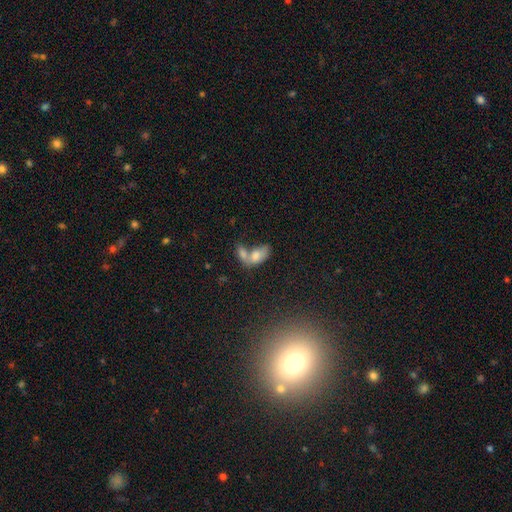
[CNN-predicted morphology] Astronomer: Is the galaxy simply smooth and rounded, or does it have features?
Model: smooth — 71%.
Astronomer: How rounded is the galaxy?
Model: in between — 89%.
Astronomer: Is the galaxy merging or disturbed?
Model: merger — 63%.